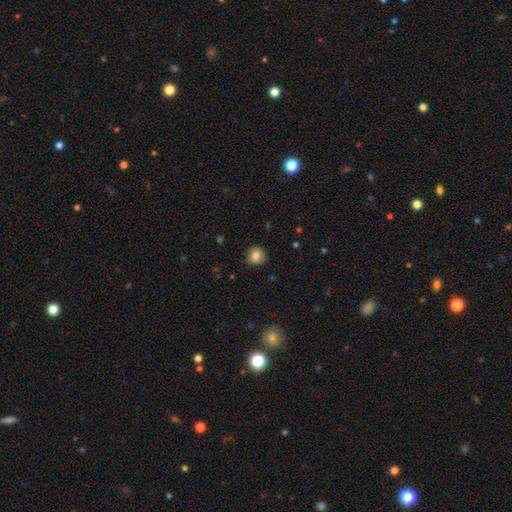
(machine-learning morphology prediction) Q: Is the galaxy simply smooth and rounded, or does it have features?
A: smooth — 82%.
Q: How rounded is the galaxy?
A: round — 88%.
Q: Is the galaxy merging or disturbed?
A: none — 88%.